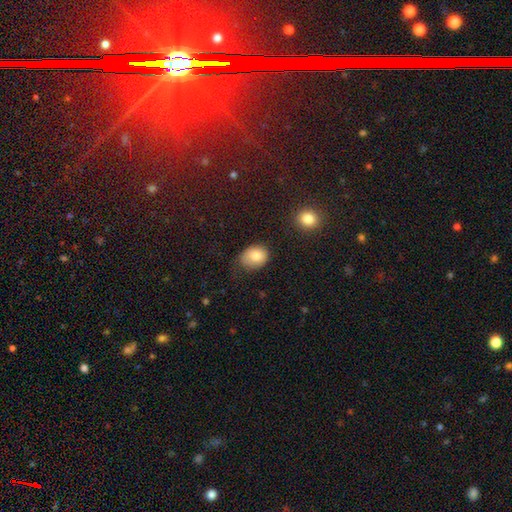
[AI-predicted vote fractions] This appears to be a smooth galaxy with no disk features (82%) that is in between round and cigar-shaped (54%). Merging: none (59%).